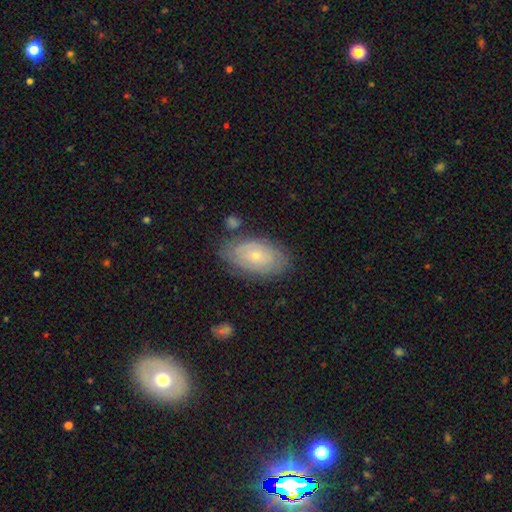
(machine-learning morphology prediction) The model was most divided on "smooth or featured": featured or disk: 54%, smooth: 39%, star or artifact: 7%. More confident: edge-on disk — no (93%); bar — no (83%); merging — none (74%); bulge size — small (73%); spiral arms — yes (66%).